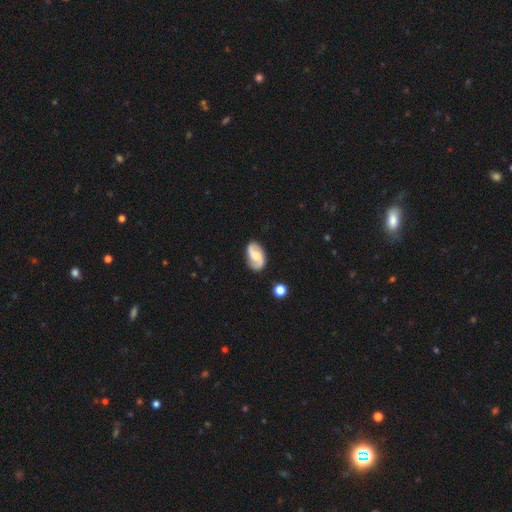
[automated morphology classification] A featured or disk galaxy (77%) with no bar (45%), 2 (91%) loose (42%) spiral arms (95%) and a moderate central bulge (45%). Merging: none (82%).